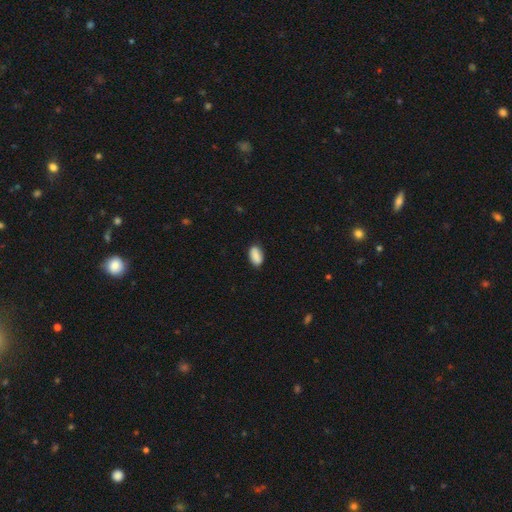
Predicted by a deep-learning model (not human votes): Morphology: type=smooth (86%); roundness=in between (93%); merging=none (83%).